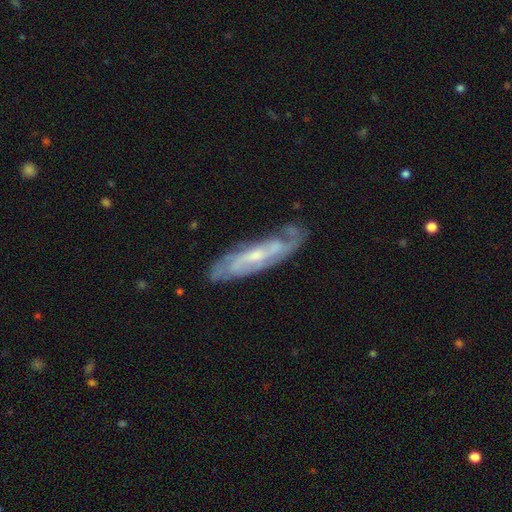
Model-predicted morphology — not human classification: Q: Smooth or featured?
A: featured or disk (81%); runner-up: smooth (14%)
Q: Edge-on disk?
A: no (75%); runner-up: yes (25%)
Q: Bar?
A: no (46%); runner-up: weak (40%)
Q: Spiral arms?
A: yes (93%); runner-up: no (7%)
Q: Spiral winding?
A: tight (51%); runner-up: medium (38%)
Q: Spiral arm count?
A: 2 (39%); runner-up: can't tell (36%)
Q: Bulge size?
A: small (57%); runner-up: moderate (34%)
Q: Merging?
A: none (73%); runner-up: minor disturbance (19%)